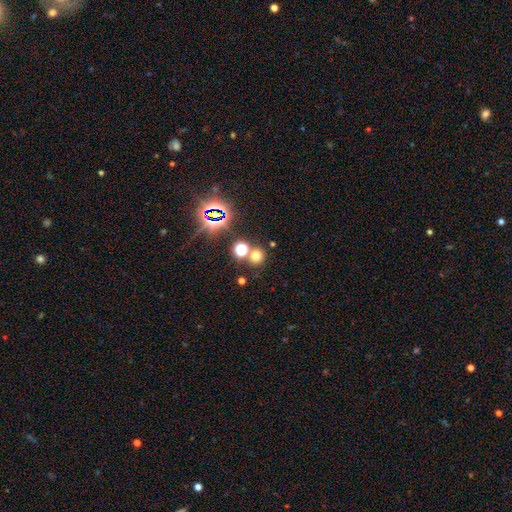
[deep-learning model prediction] This is likely a smooth galaxy (62%). How rounded: clearly round (85%). Merging: likely none (71%).